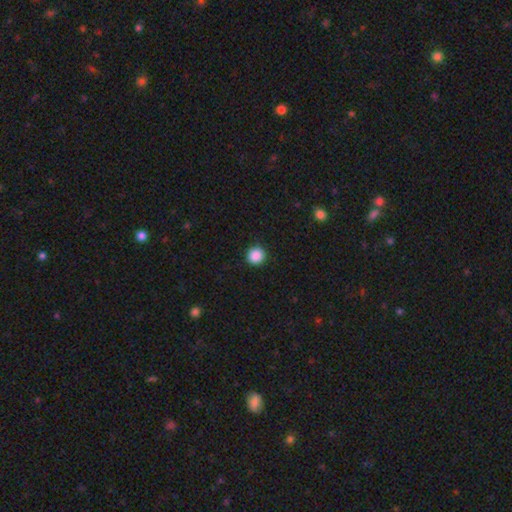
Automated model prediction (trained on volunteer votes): A smooth galaxy with no disk features (88%) that is round (95%). Merging: none (92%).